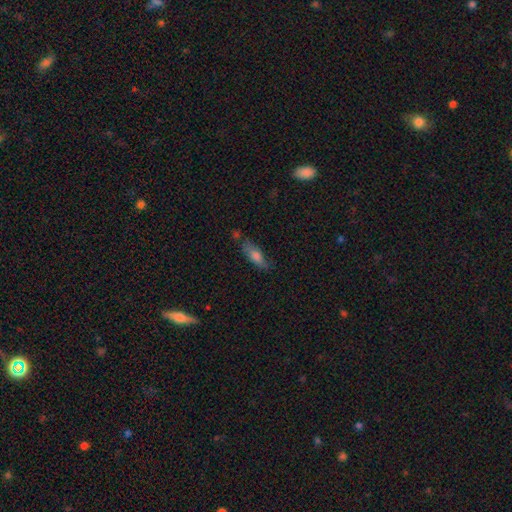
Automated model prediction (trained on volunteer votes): This appears to be a smooth galaxy with no disk features (69%) that is in between round and cigar-shaped (58%). Merging: none (61%).